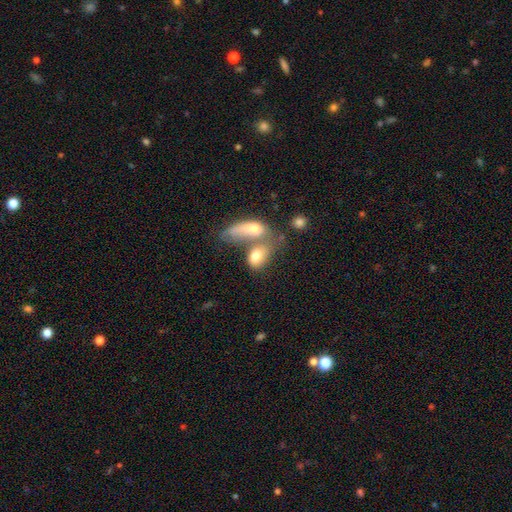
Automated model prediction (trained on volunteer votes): A smooth galaxy with no disk features (75%) that is in between round and cigar-shaped (82%).

Vote fractions:
- Smooth or featured? smooth: 75% / featured or disk: 17% / star or artifact: 8%
- How rounded? in between: 82% / round: 13% / cigar-shaped: 5%
- Merging? merger: 55% / none: 25% / major disturbance: 10% / minor disturbance: 10%